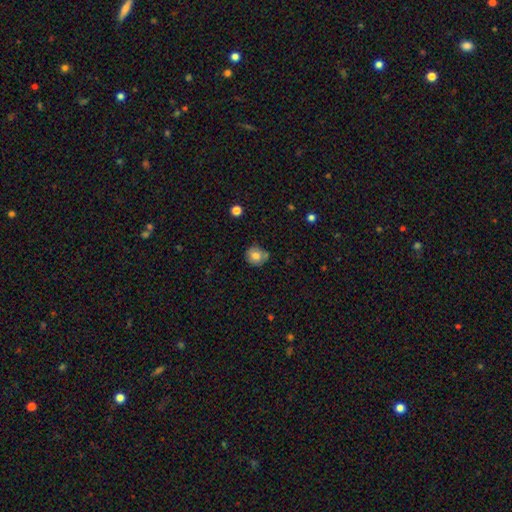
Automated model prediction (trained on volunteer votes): smooth 76%, featured or disk 14%, star or artifact 10%. Down the decision tree: how rounded — round (84%); merging — none (69%).